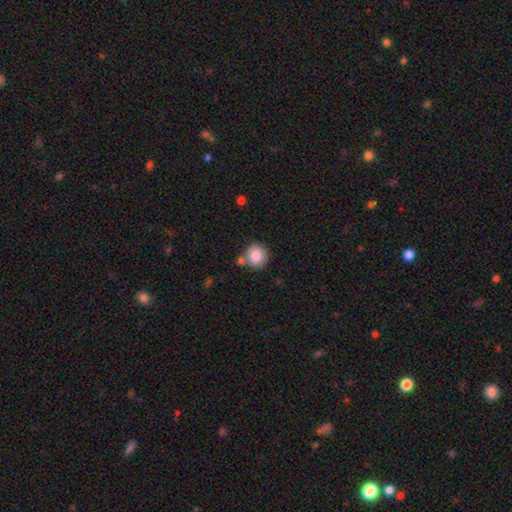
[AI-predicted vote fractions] Q: Smooth or featured?
A: smooth (85%); runner-up: star or artifact (9%)
Q: How rounded?
A: round (90%); runner-up: in between (9%)
Q: Merging?
A: none (71%); runner-up: merger (15%)